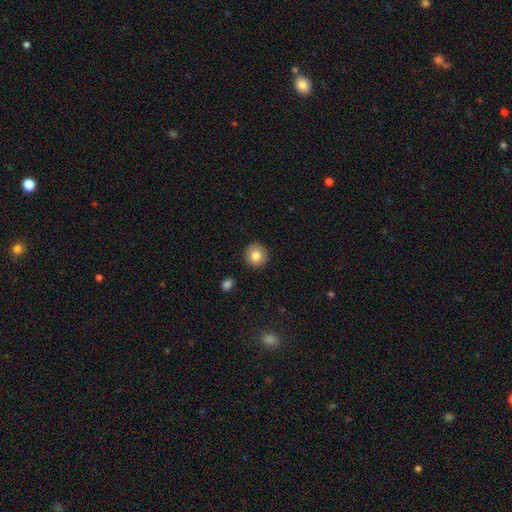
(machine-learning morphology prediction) smooth_or_featured: smooth (p=0.82) [alt: star or artifact p=0.09]
how_rounded: round (p=0.94) [alt: in between p=0.05]
merging: none (p=0.92) [alt: minor disturbance p=0.06]